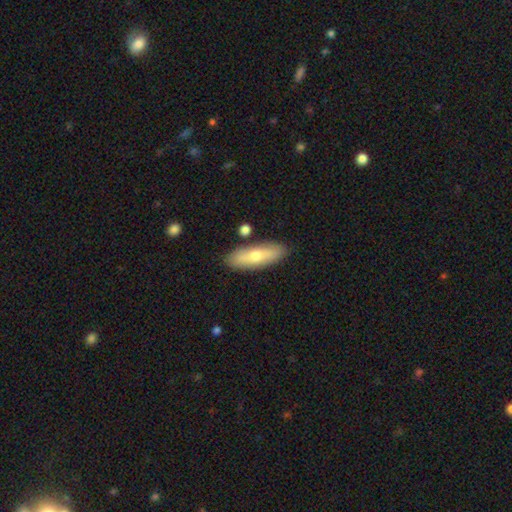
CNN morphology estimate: smooth_or_featured: smooth (p=0.65) [alt: featured or disk p=0.29]
how_rounded: in between (p=0.52) [alt: cigar-shaped p=0.45]
merging: none (p=0.83) [alt: minor disturbance p=0.10]